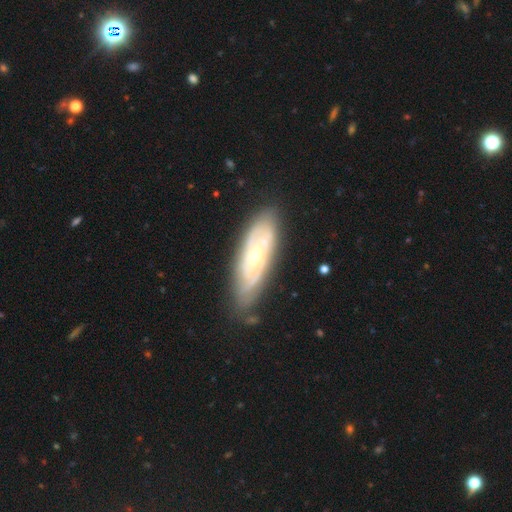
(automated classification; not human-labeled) Smooth or featured: featured or disk — 76% (smooth — 18%)
Edge-on disk: no — 83% (yes — 17%)
Bar: no — 70% (weak — 23%)
Spiral arms: yes — 81% (no — 19%)
Spiral winding: tight — 72% (medium — 22%)
Spiral arm count: can't tell — 55% (2 — 24%)
Bulge size: small — 57% (moderate — 40%)
Merging: none — 77% (minor disturbance — 17%)